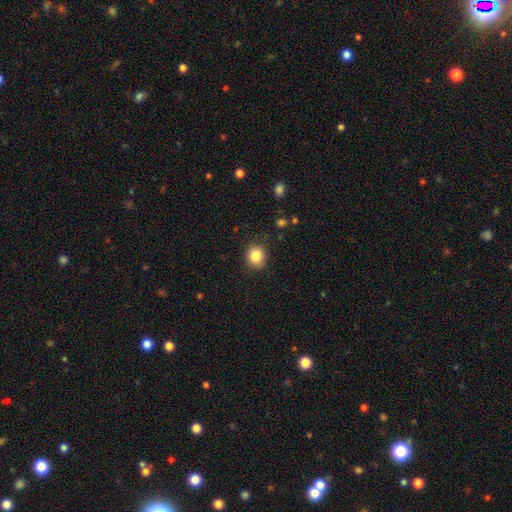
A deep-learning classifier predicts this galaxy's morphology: smooth-or-featured: smooth: 84% | star or artifact: 10% | featured or disk: 6%
  how-rounded: round: 79% | in between: 20% | cigar-shaped: 1%
  merging: none: 87% | minor disturbance: 10% | major disturbance: 2% | merger: 1%